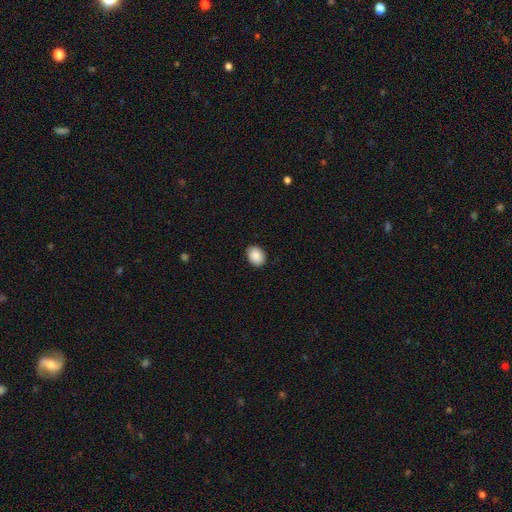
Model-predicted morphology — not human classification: smooth_or_featured: smooth (p=0.90) [alt: star or artifact p=0.07]
how_rounded: in between (p=0.60) [alt: round p=0.39]
merging: none (p=0.90) [alt: minor disturbance p=0.07]